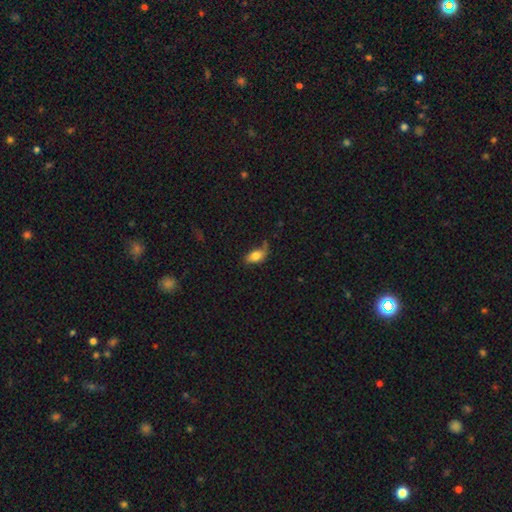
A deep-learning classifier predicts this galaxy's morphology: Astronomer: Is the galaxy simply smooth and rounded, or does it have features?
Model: smooth — 74%.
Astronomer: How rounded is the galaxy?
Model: in between — 87%.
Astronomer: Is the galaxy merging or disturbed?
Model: none — 49% (runner-up: minor disturbance, 32%).